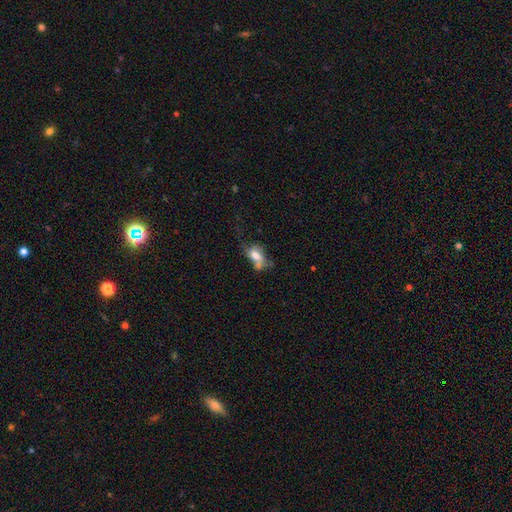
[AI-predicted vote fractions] Overall: smooth (61%; featured or disk 29%). How rounded: in between (81%). Merging: major disturbance (30%; none 25%).